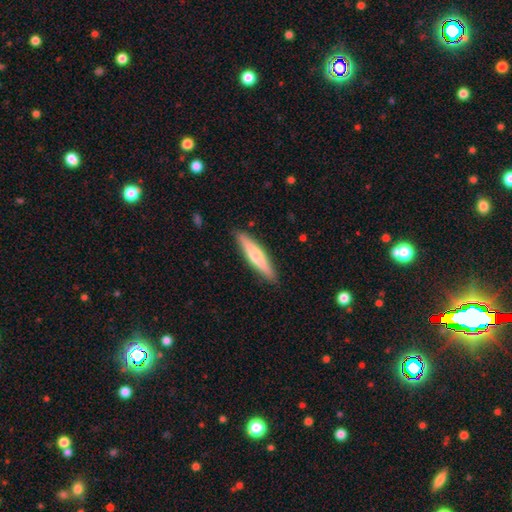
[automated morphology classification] Smooth or featured: smooth — 56% (featured or disk — 39%)
How rounded: cigar-shaped — 87% (in between — 11%)
Merging: none — 89% (minor disturbance — 8%)